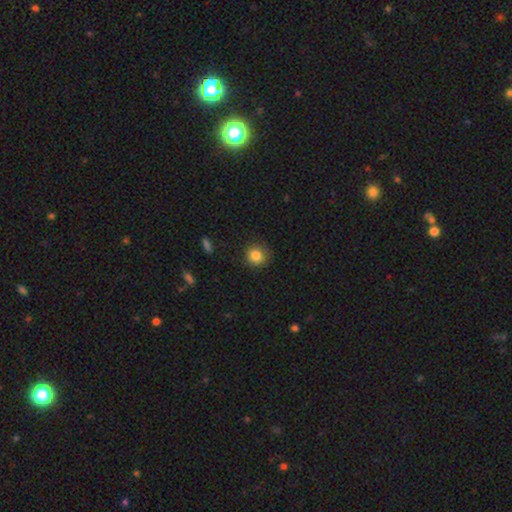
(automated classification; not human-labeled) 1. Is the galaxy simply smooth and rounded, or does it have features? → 84% smooth, 11% star or artifact, 6% featured or disk.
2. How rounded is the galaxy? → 89% round, 10% in between, 1% cigar-shaped.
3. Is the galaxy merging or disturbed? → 84% none, 12% minor disturbance, 3% major disturbance, 1% merger.